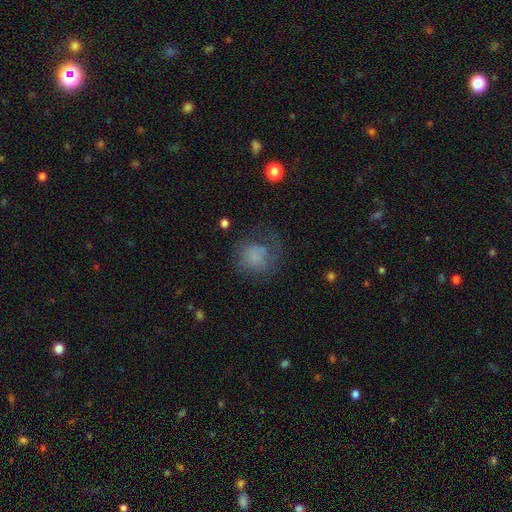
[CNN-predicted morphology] type=smooth (66%); roundness=round (76%); merging=none (44%).